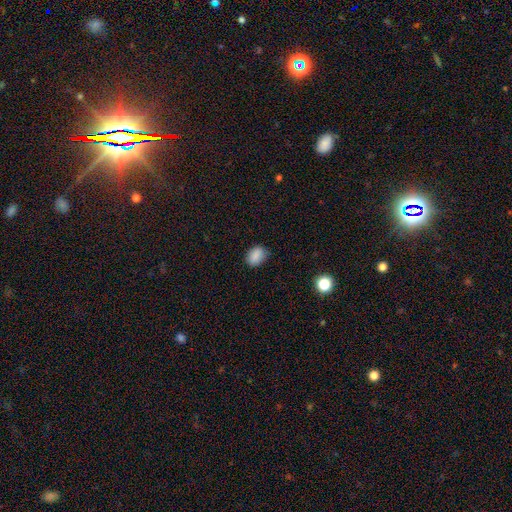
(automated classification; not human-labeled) Overall: smooth (87%). How rounded: in between (76%). Merging: none (75%).